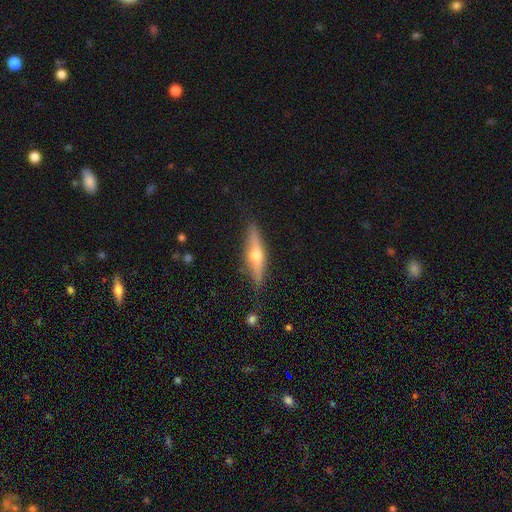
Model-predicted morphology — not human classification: Overall: featured or disk (63%; smooth 31%). Edge-on disk: yes (94%). Edge-on bulge: rounded (93%). Merging: none (87%).